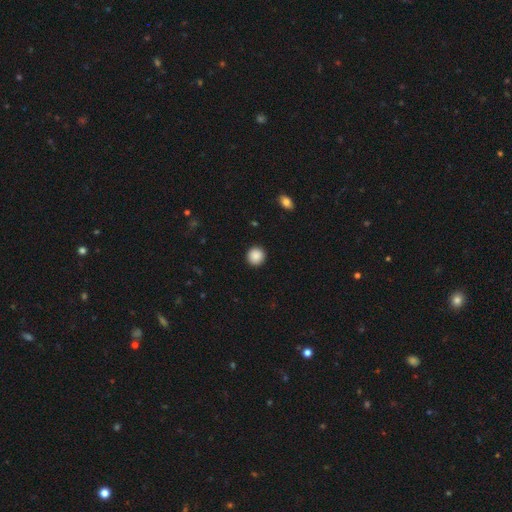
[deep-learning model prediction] Q: Smooth or featured?
A: smooth (89%); runner-up: star or artifact (8%)
Q: How rounded?
A: round (94%); runner-up: in between (5%)
Q: Merging?
A: none (92%); runner-up: minor disturbance (5%)